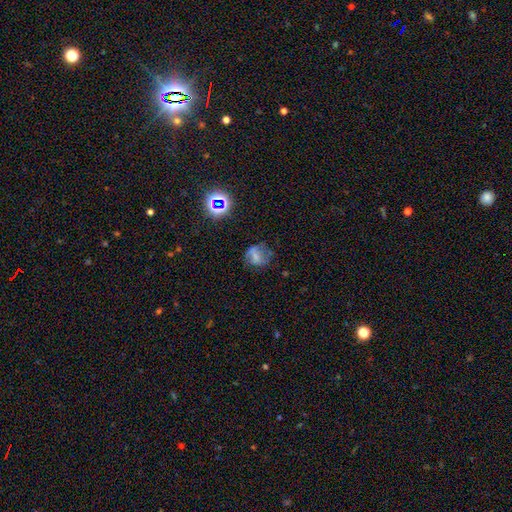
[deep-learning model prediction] smooth 45%, featured or disk 36%, star or artifact 19%. Down the decision tree: merging — none (51%).